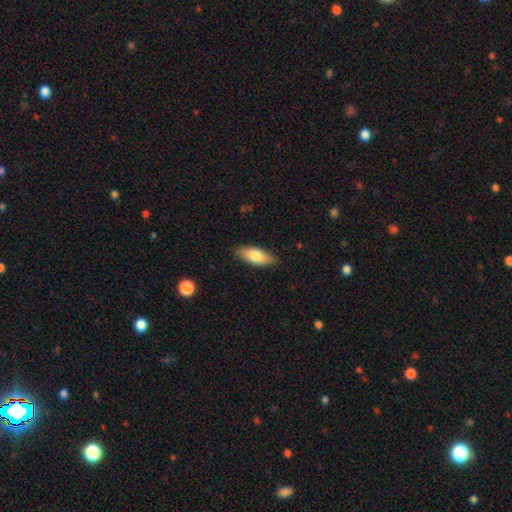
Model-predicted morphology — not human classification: Smooth or featured? smooth (76%)
How rounded? in between (78%)
Merging? none (87%)